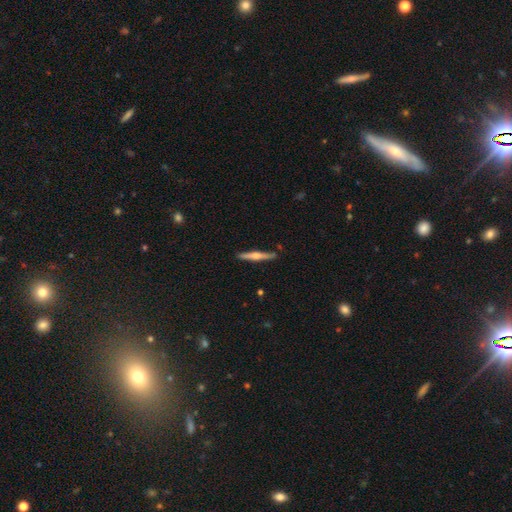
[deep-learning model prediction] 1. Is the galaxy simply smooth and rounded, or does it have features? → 61% featured or disk, 34% smooth, 5% star or artifact.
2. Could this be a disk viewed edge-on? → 97% yes, 3% no.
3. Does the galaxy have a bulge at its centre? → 87% rounded, 7% none, 5% boxy.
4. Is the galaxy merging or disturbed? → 87% none, 9% minor disturbance, 2% merger, 2% major disturbance.